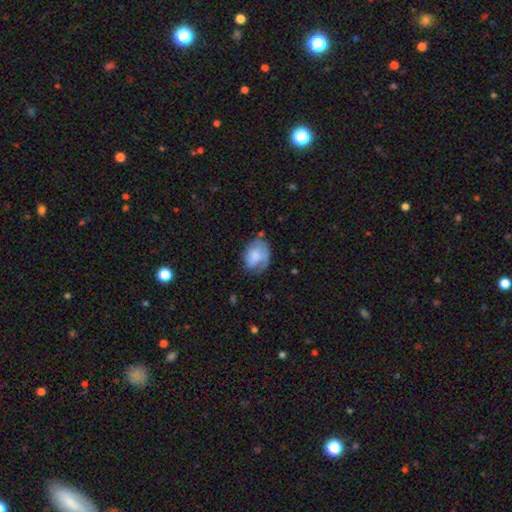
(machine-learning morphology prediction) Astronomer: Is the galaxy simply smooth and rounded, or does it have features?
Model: smooth — 65%.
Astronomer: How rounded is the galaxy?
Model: in between — 69%.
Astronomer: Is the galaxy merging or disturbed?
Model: none — 48% (runner-up: minor disturbance, 33%).